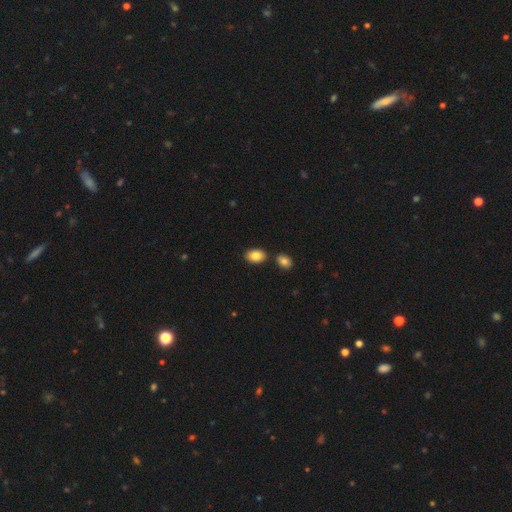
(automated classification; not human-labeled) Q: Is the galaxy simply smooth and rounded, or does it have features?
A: smooth — 86%.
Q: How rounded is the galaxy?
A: in between — 87%.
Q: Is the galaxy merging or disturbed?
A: none — 79%.